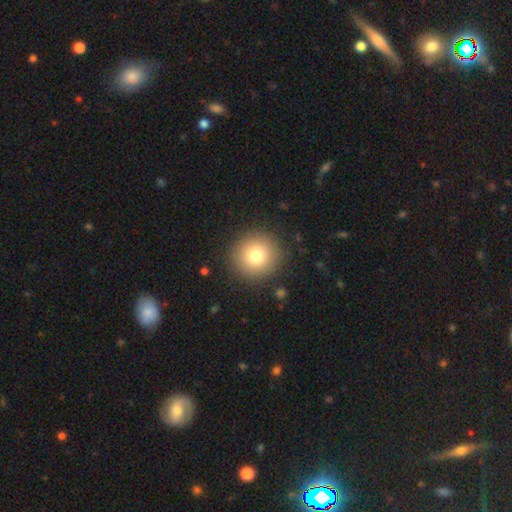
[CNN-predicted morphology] A smooth galaxy with no disk features (79%) that is round (94%).

Vote fractions:
- Smooth or featured? smooth: 79% / star or artifact: 11% / featured or disk: 10%
- How rounded? round: 94% / in between: 5% / cigar-shaped: 1%
- Merging? none: 90% / minor disturbance: 6% / major disturbance: 3% / merger: 1%